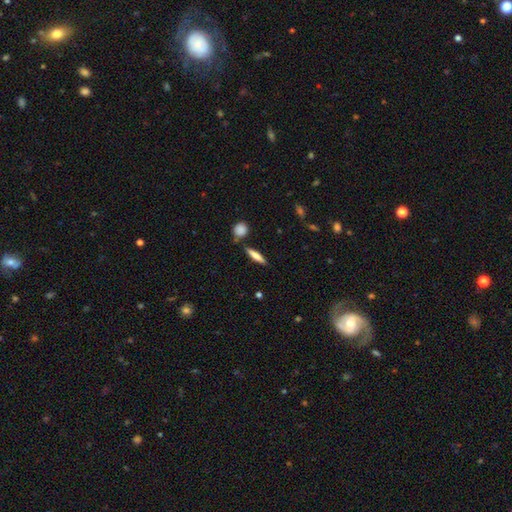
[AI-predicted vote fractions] Morphology: type=smooth (65%); roundness=cigar-shaped (80%); merging=none (82%).